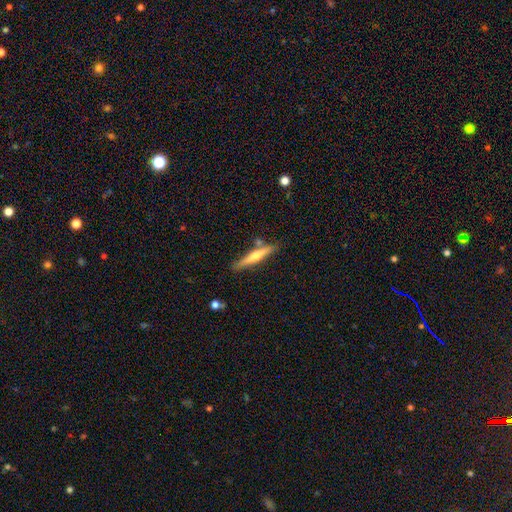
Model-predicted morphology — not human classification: The model was most divided on "smooth or featured": featured or disk: 54%, smooth: 40%, star or artifact: 6%. More confident: edge-on disk — yes (96%); merging — none (81%); edge-on bulge — rounded (80%).